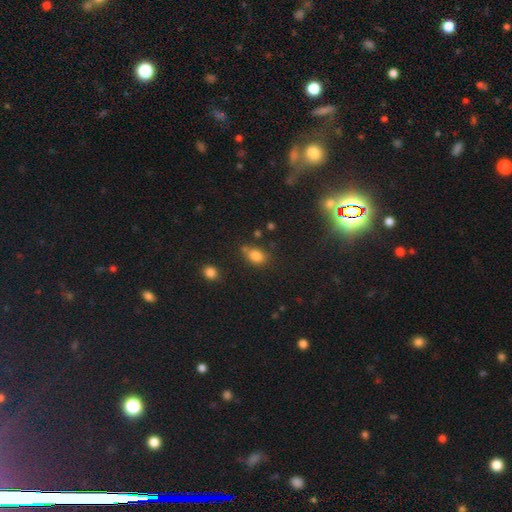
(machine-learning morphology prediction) Smooth or featured? Predicted: smooth (p=0.81). How rounded? Predicted: in between (p=0.73). Merging? Predicted: none (p=0.60).